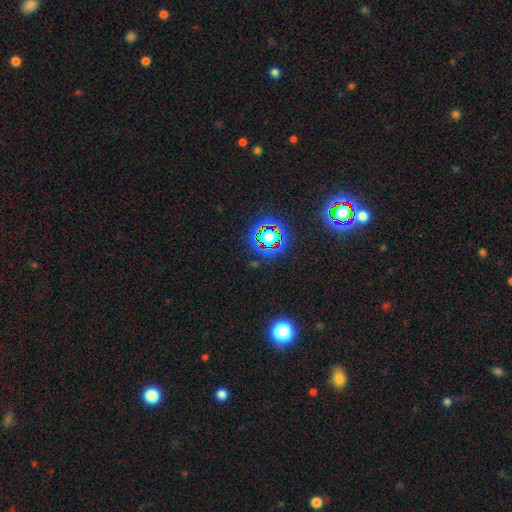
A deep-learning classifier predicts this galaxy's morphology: Q: Smooth or featured?
A: star or artifact (76%); runner-up: smooth (17%)